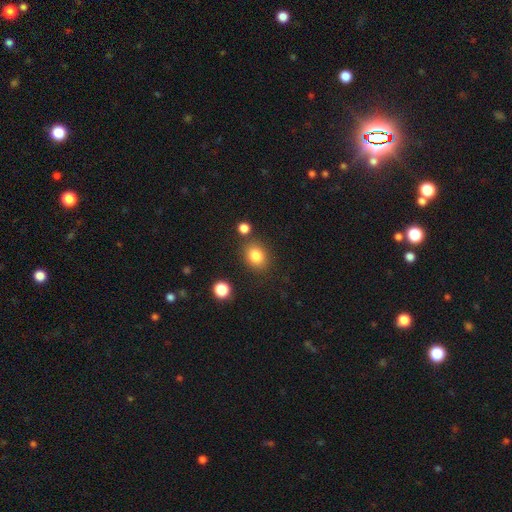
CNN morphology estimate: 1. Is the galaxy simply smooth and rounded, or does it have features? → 83% smooth, 10% star or artifact, 6% featured or disk.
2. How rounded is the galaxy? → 51% in between, 48% round, 1% cigar-shaped.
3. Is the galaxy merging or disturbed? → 80% none, 11% minor disturbance, 6% merger, 3% major disturbance.